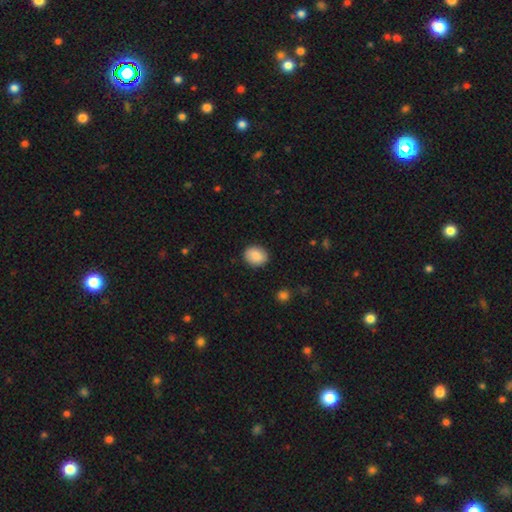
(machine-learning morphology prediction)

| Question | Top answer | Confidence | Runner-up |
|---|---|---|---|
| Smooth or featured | smooth | 87% | star or artifact (7%) |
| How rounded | round | 56% | in between (43%) |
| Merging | none | 89% | minor disturbance (8%) |